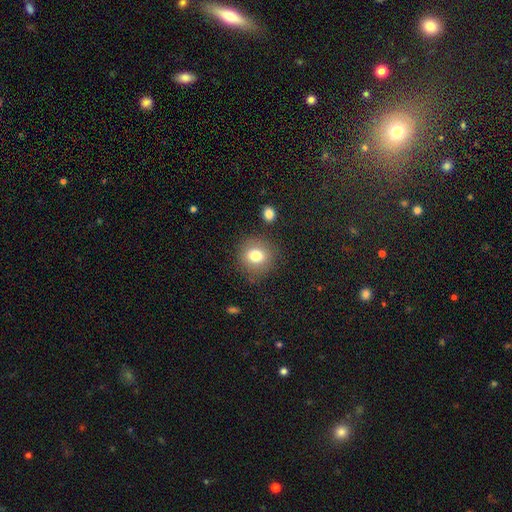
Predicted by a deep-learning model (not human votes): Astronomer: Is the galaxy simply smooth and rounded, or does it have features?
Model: smooth — 79%.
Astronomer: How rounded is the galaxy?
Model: round — 84%.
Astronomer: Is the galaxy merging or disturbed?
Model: none — 83%.